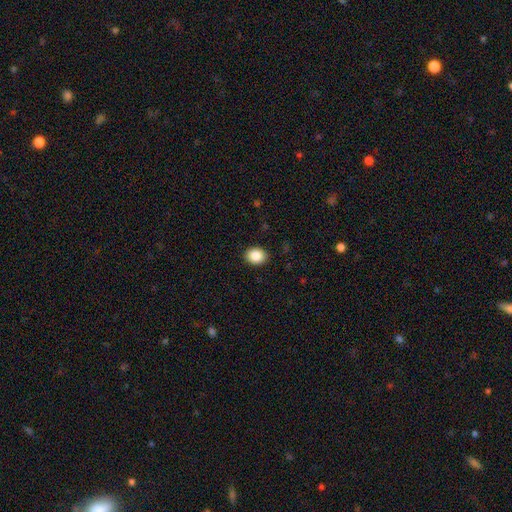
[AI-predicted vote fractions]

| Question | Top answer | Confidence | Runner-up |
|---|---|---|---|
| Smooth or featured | smooth | 87% | star or artifact (8%) |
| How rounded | in between | 53% | round (46%) |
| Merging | none | 90% | minor disturbance (7%) |